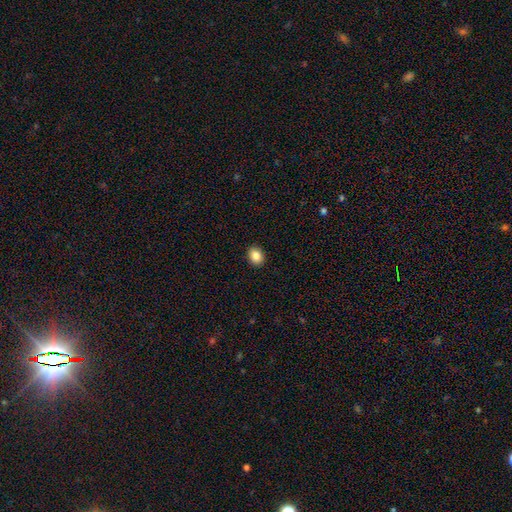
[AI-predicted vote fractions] This is clearly a smooth galaxy (86%). How rounded: possibly in between (52%). Merging: clearly none (91%).